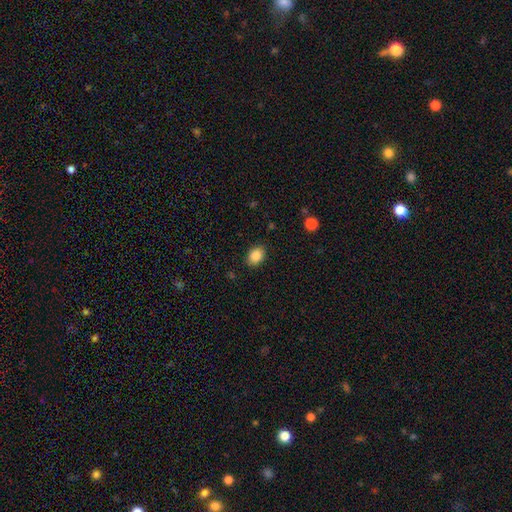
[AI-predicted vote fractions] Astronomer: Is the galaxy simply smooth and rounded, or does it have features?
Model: smooth — 86%.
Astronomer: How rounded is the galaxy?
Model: in between — 66%.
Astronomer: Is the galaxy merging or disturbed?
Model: none — 87%.